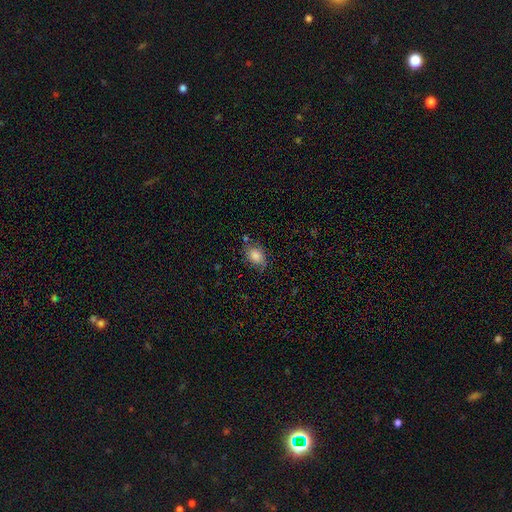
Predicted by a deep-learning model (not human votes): A smooth galaxy with no disk features (81%) that is in between round and cigar-shaped (75%).

Vote fractions:
- Smooth or featured? smooth: 81% / featured or disk: 10% / star or artifact: 9%
- How rounded? in between: 75% / round: 23% / cigar-shaped: 2%
- Merging? none: 67% / minor disturbance: 23% / major disturbance: 6% / merger: 5%